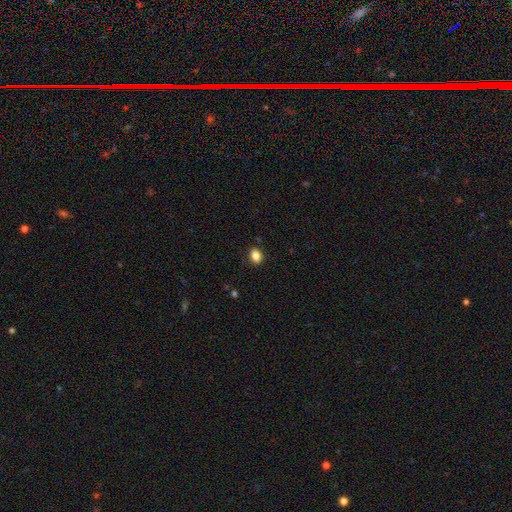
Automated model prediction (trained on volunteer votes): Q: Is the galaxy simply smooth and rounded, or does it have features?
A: smooth — 86%.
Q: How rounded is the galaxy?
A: in between — 60%.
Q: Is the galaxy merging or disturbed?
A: none — 88%.